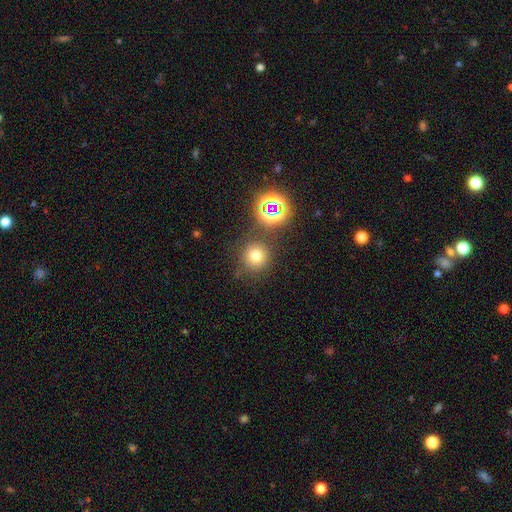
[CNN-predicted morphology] smooth-or-featured: smooth: 71% | star or artifact: 21% | featured or disk: 9%
  how-rounded: round: 94% | in between: 5% | cigar-shaped: 1%
  merging: none: 79% | minor disturbance: 9% | merger: 8% | major disturbance: 4%